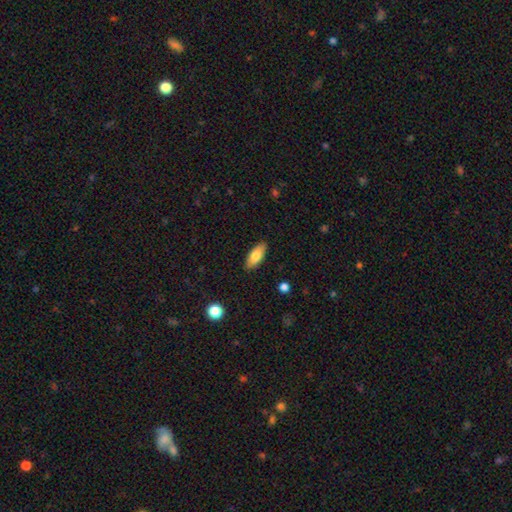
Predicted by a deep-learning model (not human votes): A smooth galaxy with no disk features (77%) that is in between round and cigar-shaped (79%).

Vote fractions:
- Smooth or featured? smooth: 77% / featured or disk: 16% / star or artifact: 7%
- How rounded? in between: 79% / cigar-shaped: 19% / round: 2%
- Merging? none: 88% / minor disturbance: 9% / major disturbance: 2% / merger: 1%